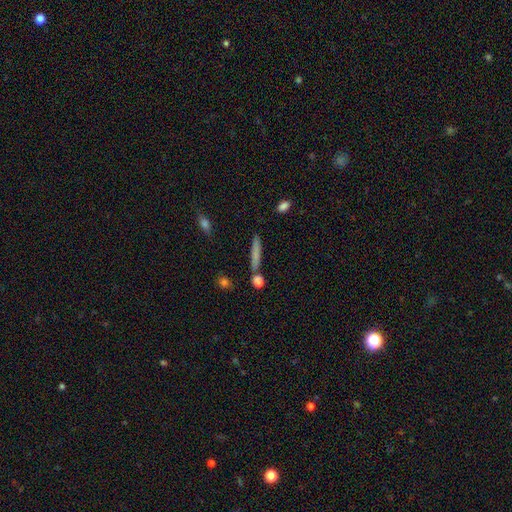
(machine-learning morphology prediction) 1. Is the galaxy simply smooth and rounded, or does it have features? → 59% smooth, 28% featured or disk, 14% star or artifact.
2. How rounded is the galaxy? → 86% cigar-shaped, 8% in between, 6% round.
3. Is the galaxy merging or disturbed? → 81% none, 9% minor disturbance, 8% merger, 3% major disturbance.